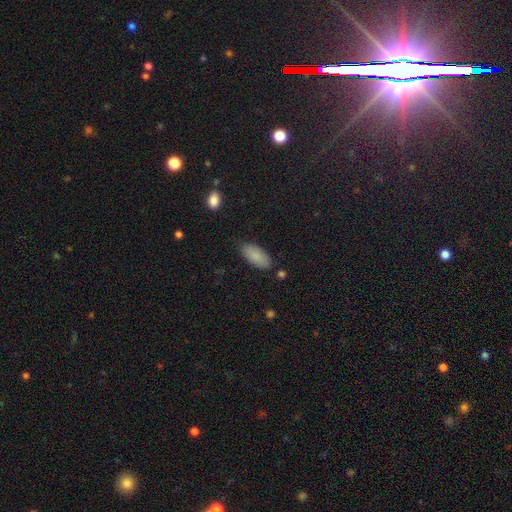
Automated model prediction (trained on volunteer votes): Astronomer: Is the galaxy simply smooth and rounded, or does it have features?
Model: smooth — 88%.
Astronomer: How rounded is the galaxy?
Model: in between — 88%.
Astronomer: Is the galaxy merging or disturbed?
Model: none — 80%.